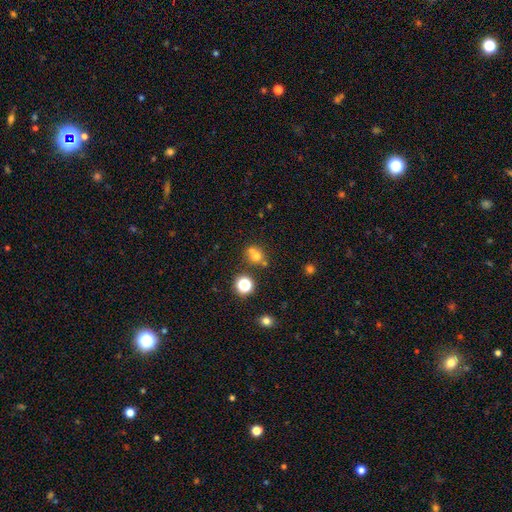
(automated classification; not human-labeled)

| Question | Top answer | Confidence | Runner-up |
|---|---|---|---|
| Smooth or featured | smooth | 65% | star or artifact (20%) |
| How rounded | round | 81% | in between (18%) |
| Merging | none | 45% | merger (44%) |